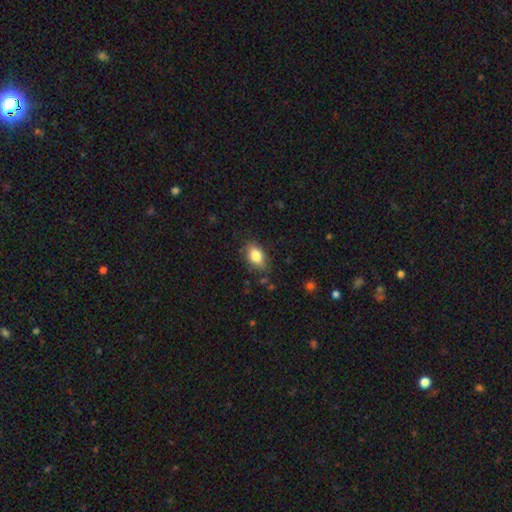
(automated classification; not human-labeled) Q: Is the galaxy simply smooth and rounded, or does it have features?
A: smooth — 82%.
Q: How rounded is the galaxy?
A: in between — 85%.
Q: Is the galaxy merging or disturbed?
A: none — 80%.